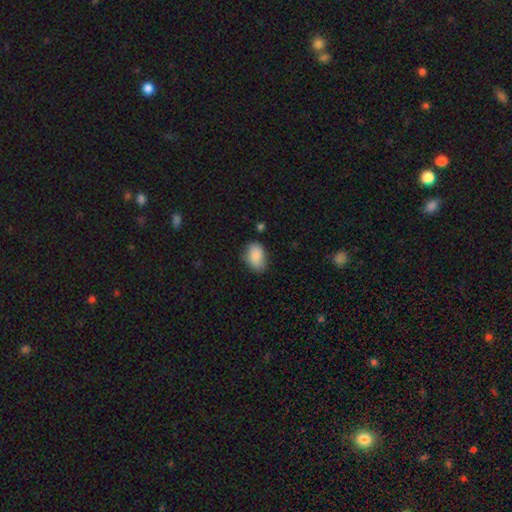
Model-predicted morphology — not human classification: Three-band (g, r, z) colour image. It shows a smooth galaxy with no disk features (86%) that is in between round and cigar-shaped (84%). Merging: none (68%).